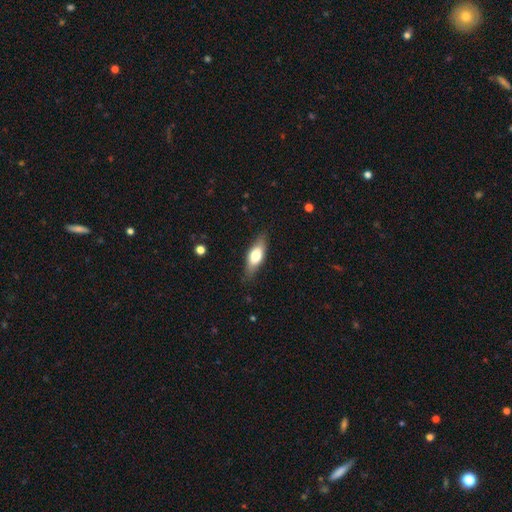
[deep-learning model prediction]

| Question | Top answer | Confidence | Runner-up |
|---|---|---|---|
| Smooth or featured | smooth | 63% | featured or disk (31%) |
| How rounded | in between | 69% | cigar-shaped (28%) |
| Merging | none | 82% | minor disturbance (14%) |